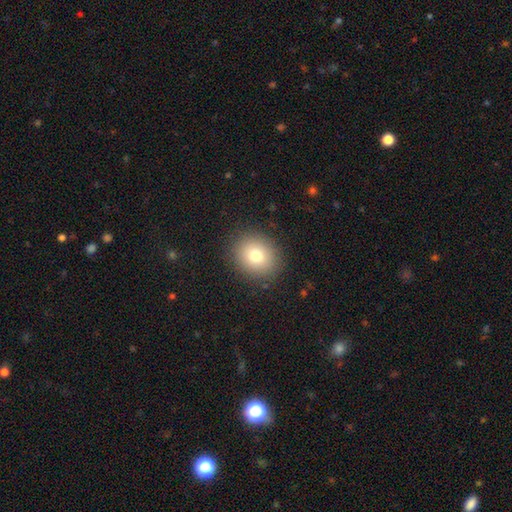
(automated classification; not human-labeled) smooth-or-featured: smooth: 76% | star or artifact: 12% | featured or disk: 12%
  how-rounded: round: 72% | in between: 28% | cigar-shaped: 1%
  merging: none: 88% | minor disturbance: 8% | major disturbance: 3% | merger: 1%